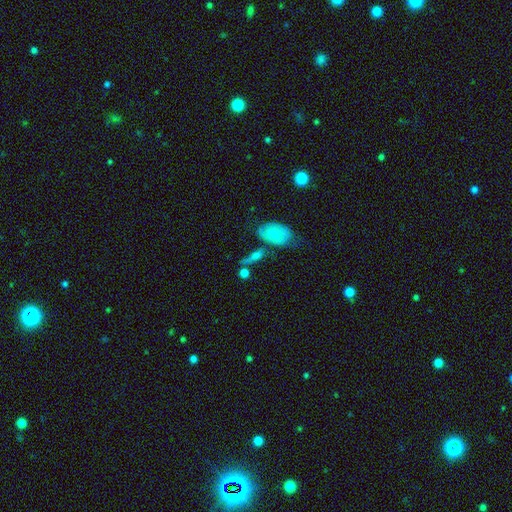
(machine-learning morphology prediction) Smooth or featured? smooth (50%)
Merging? none (57%)